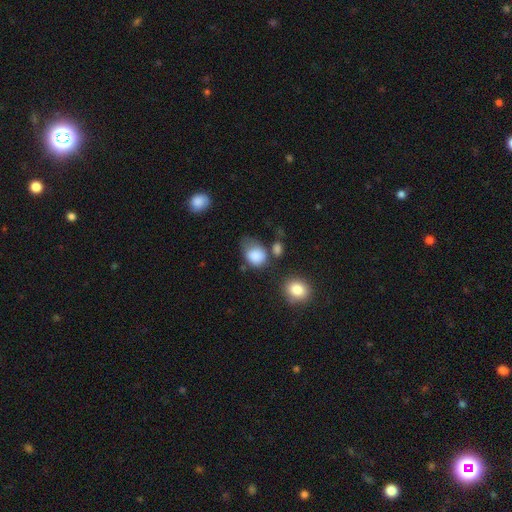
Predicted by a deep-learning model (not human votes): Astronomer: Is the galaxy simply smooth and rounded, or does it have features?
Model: smooth — 83%.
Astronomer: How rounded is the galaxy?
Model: in between — 63%.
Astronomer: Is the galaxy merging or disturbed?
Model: minor disturbance — 35% (runner-up: none, 31%).